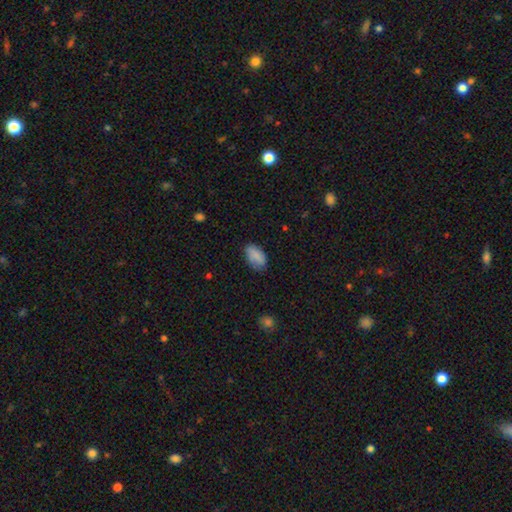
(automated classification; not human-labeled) A smooth galaxy with no disk features (86%) that is in between round and cigar-shaped (94%).

Vote fractions:
- Smooth or featured? smooth: 86% / star or artifact: 7% / featured or disk: 7%
- How rounded? in between: 94% / round: 4% / cigar-shaped: 2%
- Merging? none: 74% / minor disturbance: 20% / major disturbance: 4% / merger: 1%